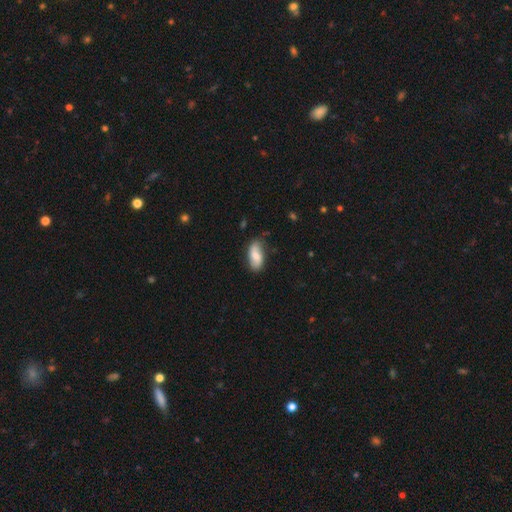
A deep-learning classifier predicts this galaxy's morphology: Smooth or featured: smooth — 61% (featured or disk — 32%)
How rounded: in between — 90% (cigar-shaped — 7%)
Merging: none — 75% (minor disturbance — 19%)